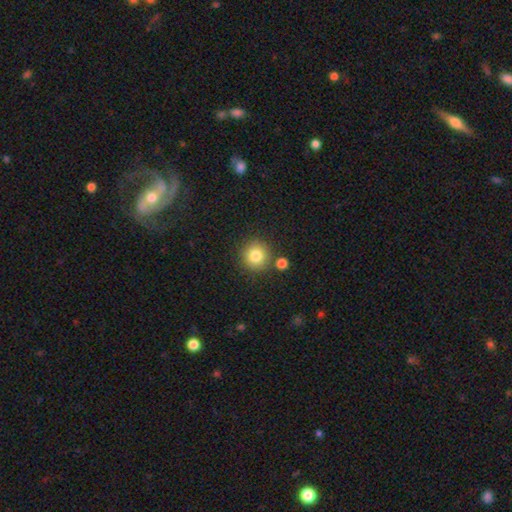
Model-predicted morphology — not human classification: type=smooth (82%); roundness=round (93%); merging=none (82%).